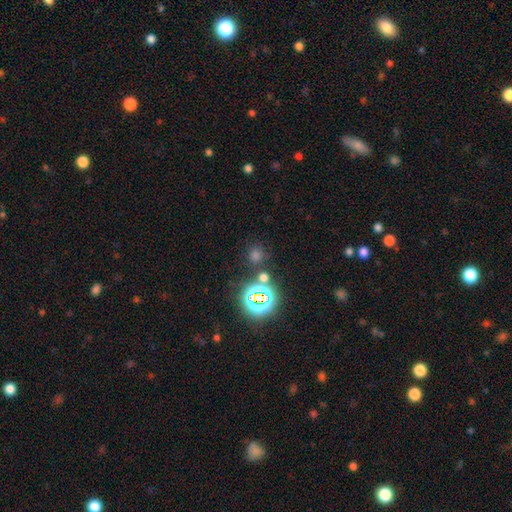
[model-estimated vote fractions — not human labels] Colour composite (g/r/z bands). It shows a smooth galaxy with no disk features (48%). Merging: none (80%).